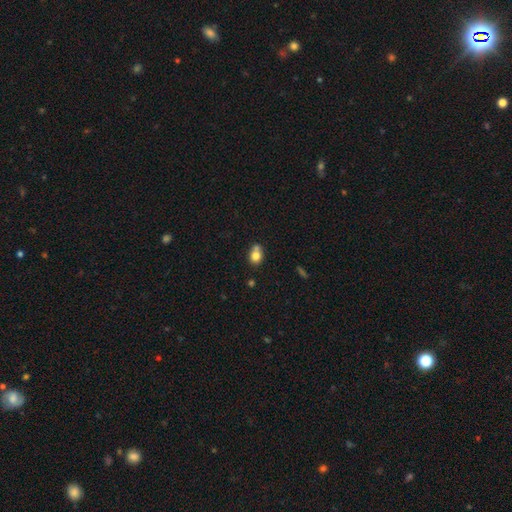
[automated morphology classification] Q: Smooth or featured?
A: smooth (77%); runner-up: featured or disk (13%)
Q: How rounded?
A: round (53%); runner-up: in between (45%)
Q: Merging?
A: none (47%); runner-up: merger (33%)